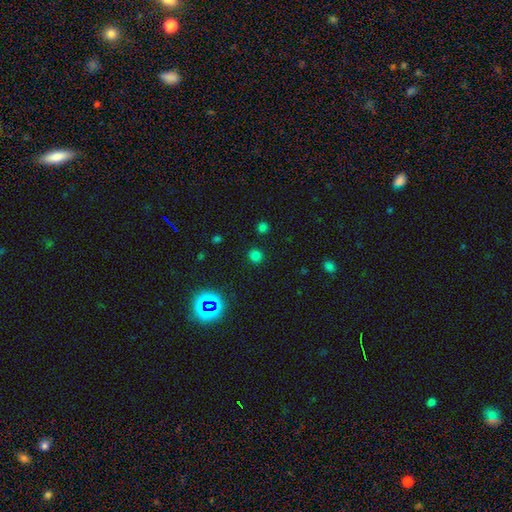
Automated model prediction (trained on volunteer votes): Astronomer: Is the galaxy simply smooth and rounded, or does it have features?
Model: smooth — 71%.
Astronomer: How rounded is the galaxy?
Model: round — 91%.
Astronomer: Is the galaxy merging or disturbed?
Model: none — 89%.